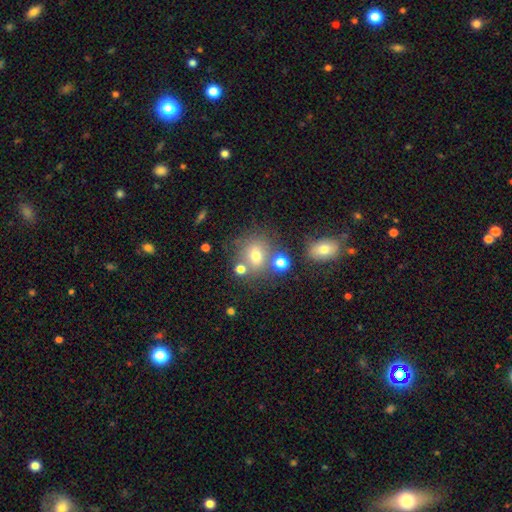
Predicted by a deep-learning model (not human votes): Morphology: type=smooth (66%); roundness=round (77%); merging=none (65%).